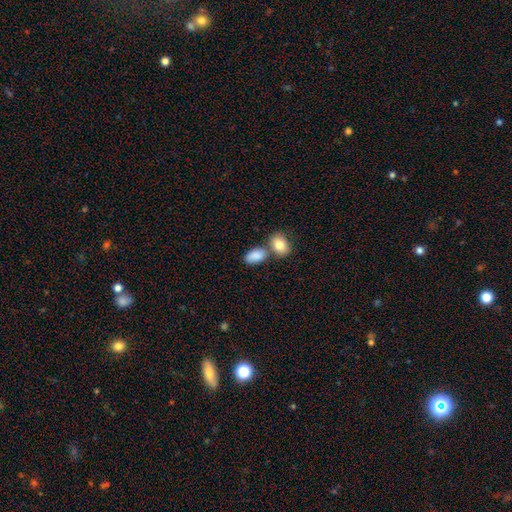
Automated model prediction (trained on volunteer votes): smooth_or_featured: smooth (p=0.87) [alt: star or artifact p=0.07]
how_rounded: in between (p=0.90) [alt: round p=0.08]
merging: none (p=0.49) [alt: merger p=0.36]